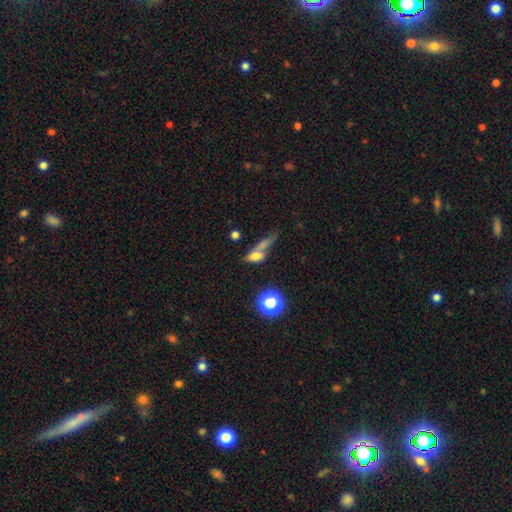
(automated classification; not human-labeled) This appears to be a smooth galaxy with no disk features (63%) that is in between round and cigar-shaped (53%). Merging: merger (39%).